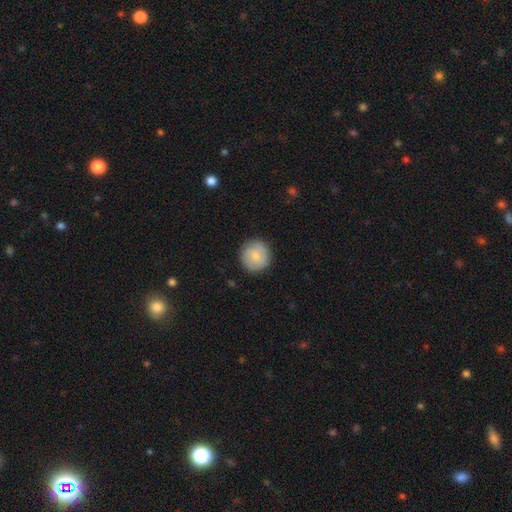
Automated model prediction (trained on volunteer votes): Morphology: type=smooth (76%); roundness=round (95%); merging=none (88%).